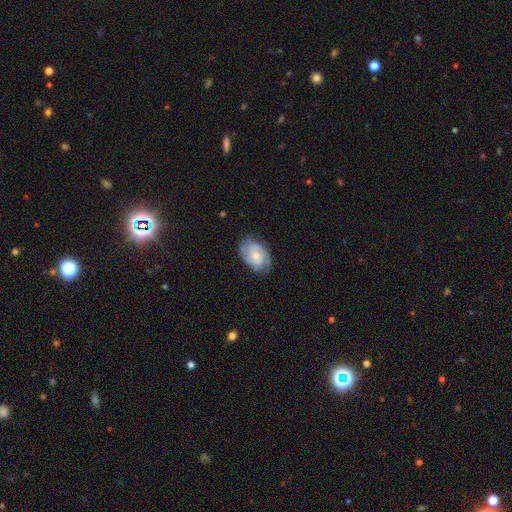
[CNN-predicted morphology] This is likely a featured or disk galaxy (63%). It is clearly not viewed edge-on (96%). Bar: likely no (67%). Spiral arm pattern: clearly yes (89%). Spiral arm count: possibly 2 (54%). Spiral winding: possibly tight (50%). Central bulge: possibly small (51%). Merging: likely none (72%).